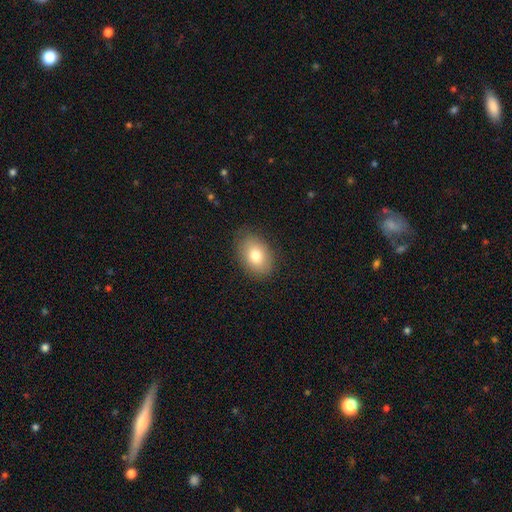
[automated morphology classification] A smooth galaxy with no disk features (78%) that is in between round and cigar-shaped (77%). Merging: none (83%).